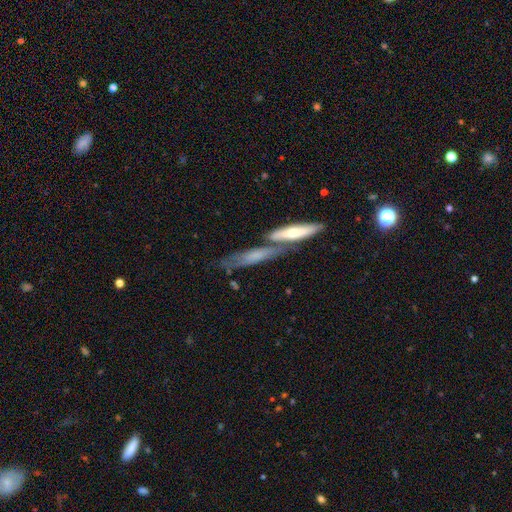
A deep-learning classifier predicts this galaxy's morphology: smooth-or-featured: smooth: 52% | featured or disk: 42% | star or artifact: 6%
  how-rounded: cigar-shaped: 77% | in between: 20% | round: 2%
  merging: merger: 41% (tied) | none: 41% (tied) | minor disturbance: 13% | major disturbance: 5%